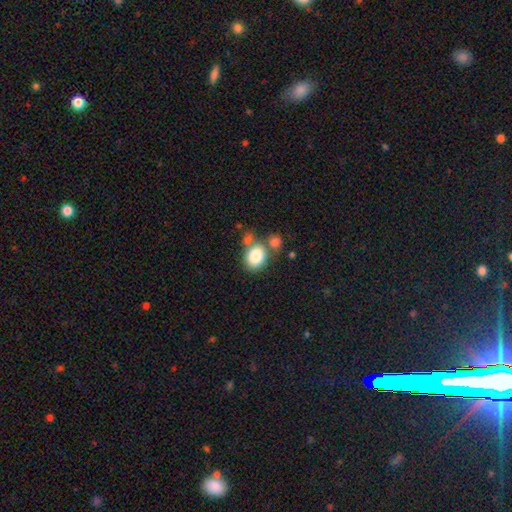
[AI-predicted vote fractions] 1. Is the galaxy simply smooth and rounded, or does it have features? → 82% smooth, 9% featured or disk, 9% star or artifact.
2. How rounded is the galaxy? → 51% in between, 48% round, 1% cigar-shaped.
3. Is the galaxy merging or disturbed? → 55% none, 25% merger, 15% minor disturbance, 6% major disturbance.